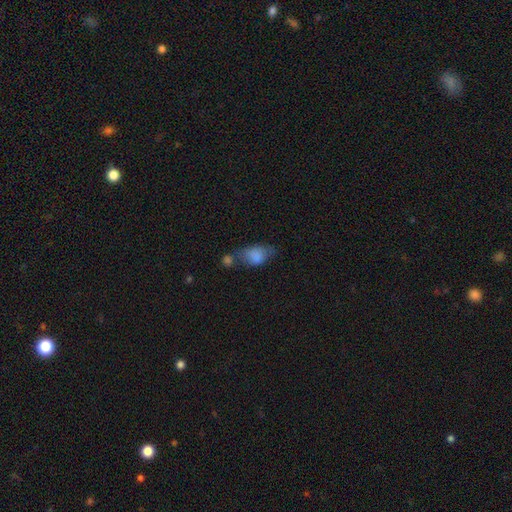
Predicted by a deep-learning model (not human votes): smooth-or-featured: smooth: 79% | featured or disk: 12% | star or artifact: 9%
  how-rounded: in between: 83% | round: 14% | cigar-shaped: 3%
  merging: merger: 32% | none: 29% | minor disturbance: 23% | major disturbance: 15%